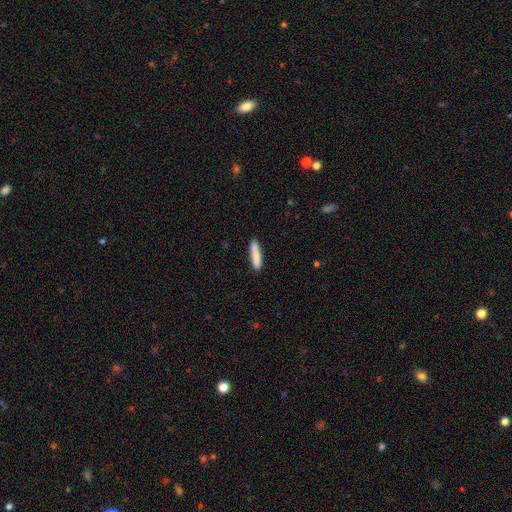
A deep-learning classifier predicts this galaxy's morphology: The model was most divided on "smooth or featured": smooth: 84%, featured or disk: 11%, star or artifact: 6%. More confident: merging — none (89%); how rounded — cigar-shaped (89%).